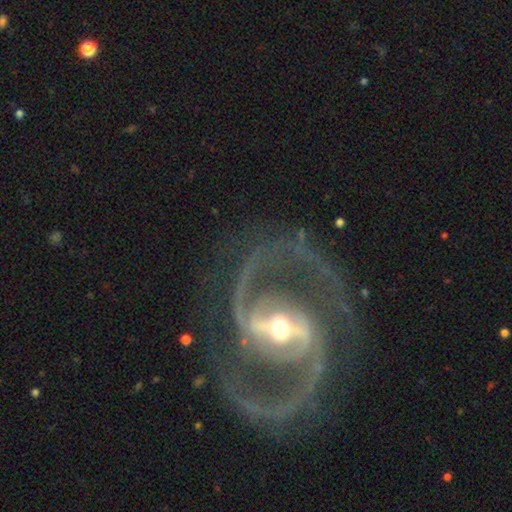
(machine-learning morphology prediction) type=featured or disk (93%); edge-on=no (98%); bar=strong (56%); spiral arms=yes (99%); winding=medium (66%); arm count=2 (94%); bulge=moderate (56%); merging=none (80%).